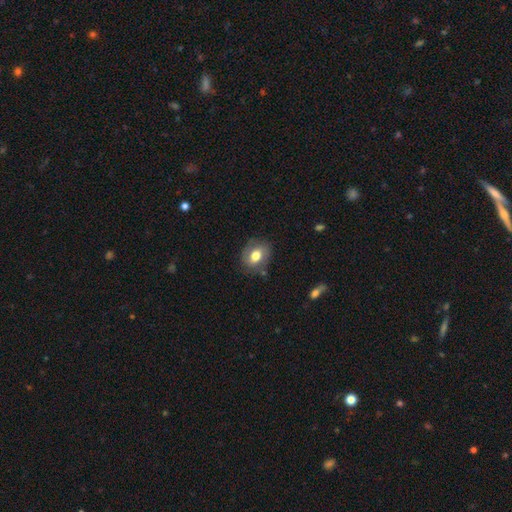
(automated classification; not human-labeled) smooth 68%, featured or disk 24%, star or artifact 8%. Down the decision tree: how rounded — in between (59%); merging — none (75%).